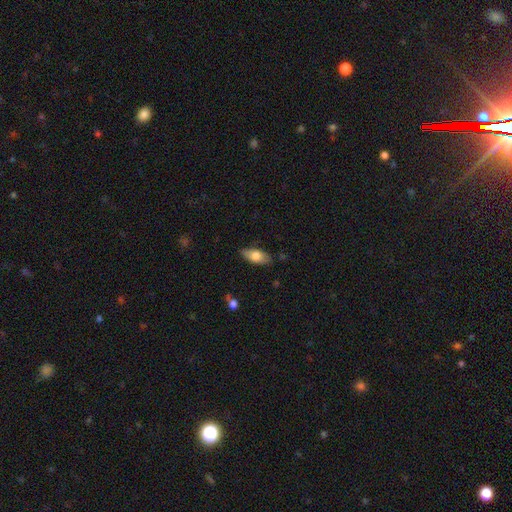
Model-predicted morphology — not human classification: A smooth galaxy with no disk features (73%) that is in between round and cigar-shaped (85%). Merging: none (82%).